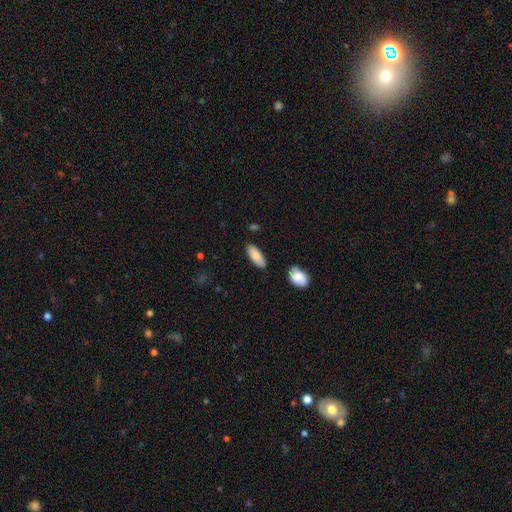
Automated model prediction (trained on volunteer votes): The model was most divided on "how rounded": in between: 75%, cigar-shaped: 24%, round: 2%. More confident: smooth or featured — smooth (84%); merging — none (84%).